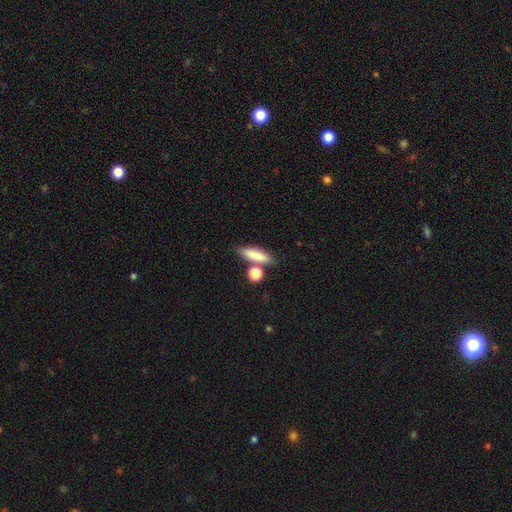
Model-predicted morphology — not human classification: smooth_or_featured: smooth (p=0.81) [alt: featured or disk p=0.12]
how_rounded: cigar-shaped (p=0.52) [alt: in between p=0.42]
merging: none (p=0.64) [alt: merger p=0.19]